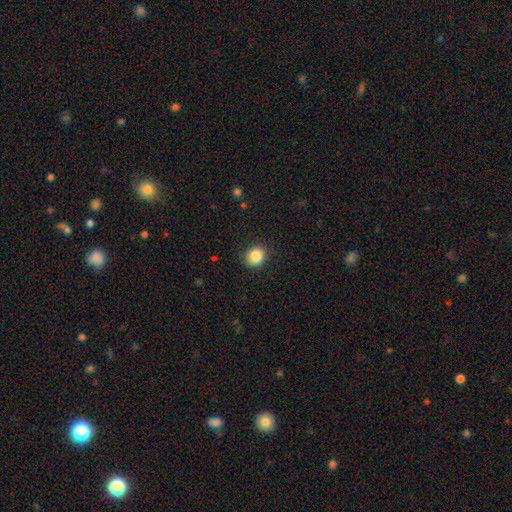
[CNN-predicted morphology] Smooth or featured? smooth (87%)
How rounded? round (72%)
Merging? none (87%)